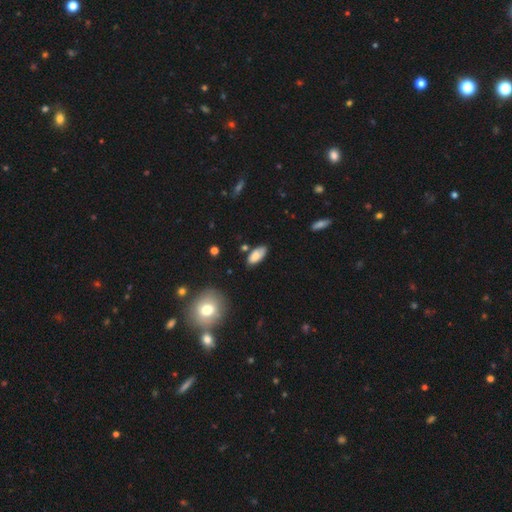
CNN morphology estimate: smooth-or-featured: smooth: 78% | featured or disk: 14% | star or artifact: 8%
  how-rounded: in between: 90% | cigar-shaped: 8% | round: 2%
  merging: none: 71% | minor disturbance: 21% | merger: 4% | major disturbance: 4%